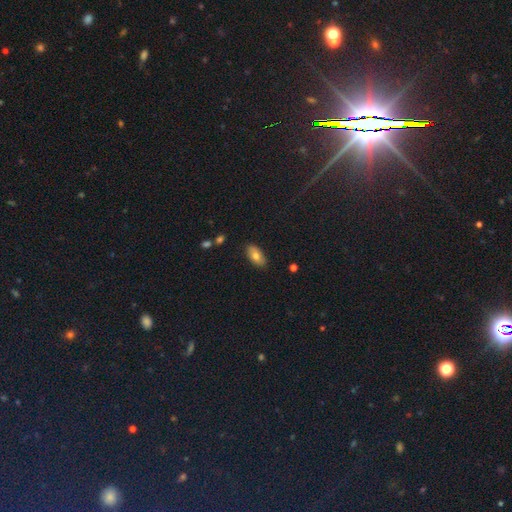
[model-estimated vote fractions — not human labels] A smooth galaxy with no disk features (77%) that is in between round and cigar-shaped (92%).

Vote fractions:
- Smooth or featured? smooth: 77% / featured or disk: 15% / star or artifact: 8%
- How rounded? in between: 92% / cigar-shaped: 5% / round: 3%
- Merging? none: 87% / minor disturbance: 10% / major disturbance: 2% / merger: 1%